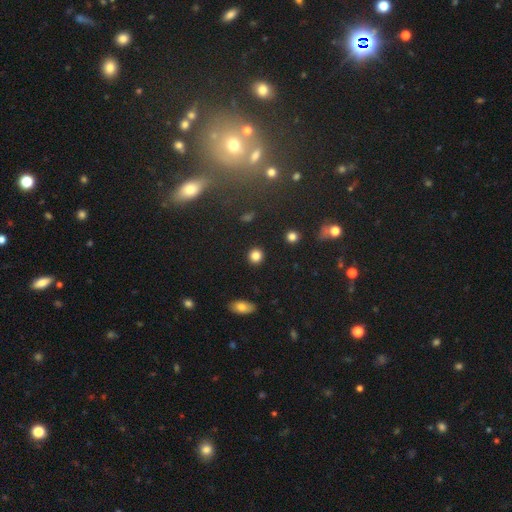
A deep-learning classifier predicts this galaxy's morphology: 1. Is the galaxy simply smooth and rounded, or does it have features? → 84% smooth, 11% star or artifact, 5% featured or disk.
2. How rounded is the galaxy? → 91% round, 8% in between, 1% cigar-shaped.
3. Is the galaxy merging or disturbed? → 91% none, 5% minor disturbance, 2% major disturbance, 1% merger.